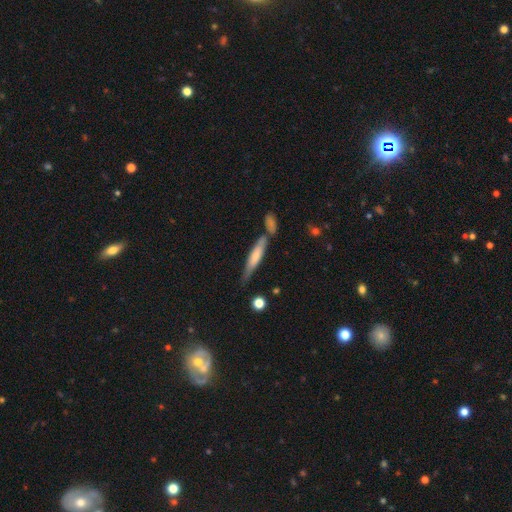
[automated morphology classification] Smooth or featured? smooth (57%)
How rounded? cigar-shaped (87%)
Merging? none (61%)